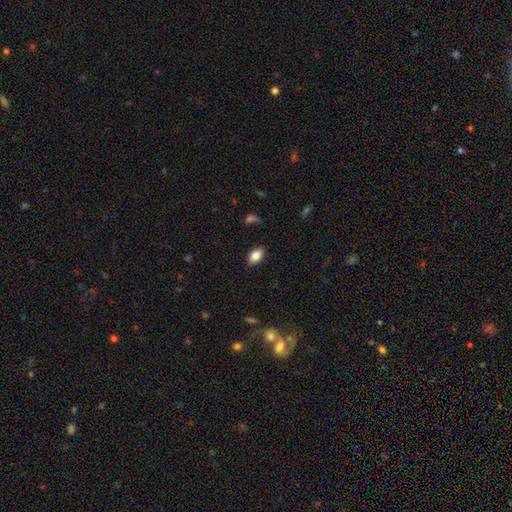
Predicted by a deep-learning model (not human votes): Smooth or featured? Predicted: smooth (p=0.83). How rounded? Predicted: in between (p=0.90). Merging? Predicted: none (p=0.85).